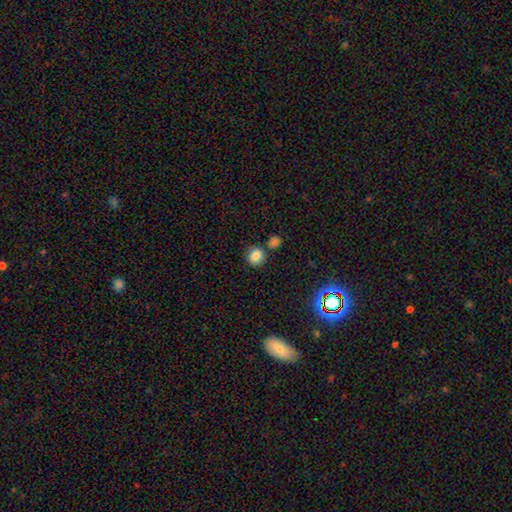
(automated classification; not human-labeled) A smooth galaxy with no disk features (84%) that is round (80%).

Vote fractions:
- Smooth or featured? smooth: 84% / star or artifact: 11% / featured or disk: 6%
- How rounded? round: 80% / in between: 19% / cigar-shaped: 1%
- Merging? none: 75% / merger: 12% / minor disturbance: 10% / major disturbance: 3%